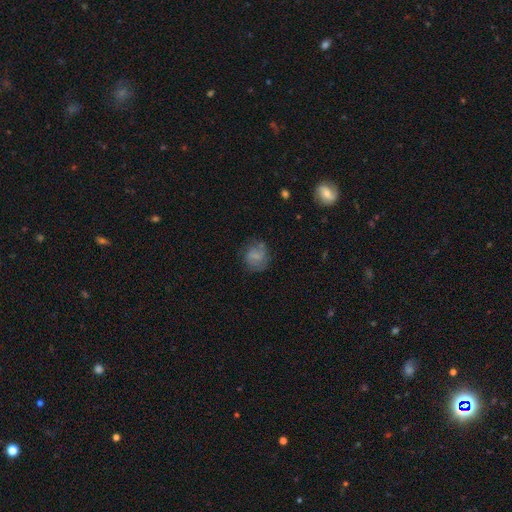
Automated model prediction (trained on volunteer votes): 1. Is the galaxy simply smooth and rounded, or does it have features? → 56% smooth, 33% featured or disk, 10% star or artifact.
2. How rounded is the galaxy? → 73% round, 26% in between, 1% cigar-shaped.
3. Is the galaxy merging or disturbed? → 63% none, 22% minor disturbance, 13% major disturbance, 2% merger.